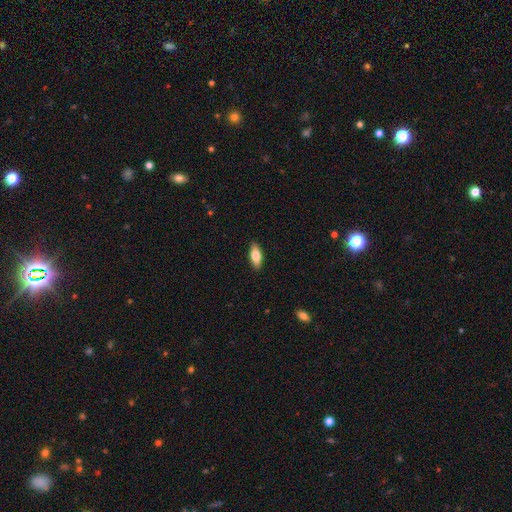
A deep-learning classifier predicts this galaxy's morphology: Overall: smooth (75%). How rounded: in between (80%). Merging: none (89%).